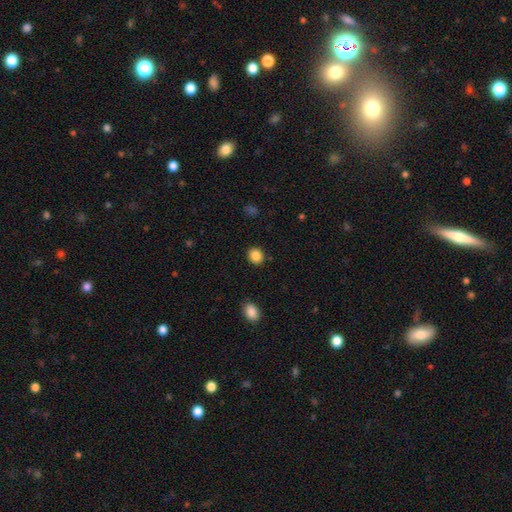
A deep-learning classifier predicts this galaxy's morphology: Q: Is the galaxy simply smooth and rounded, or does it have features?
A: smooth — 86%.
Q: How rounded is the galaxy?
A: round — 76%.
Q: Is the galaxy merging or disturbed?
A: none — 90%.